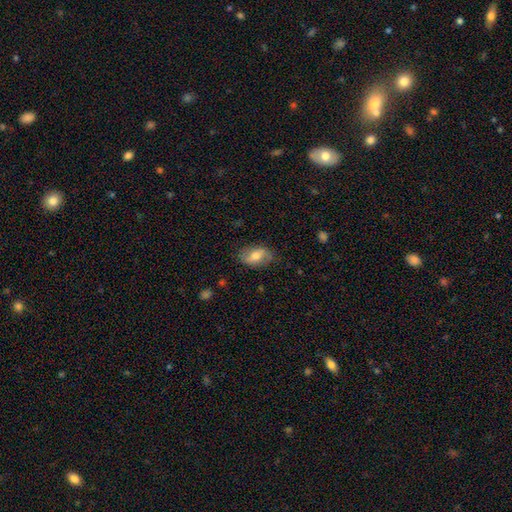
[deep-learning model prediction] Morphology: type=smooth (62%); roundness=in between (89%); merging=none (79%).